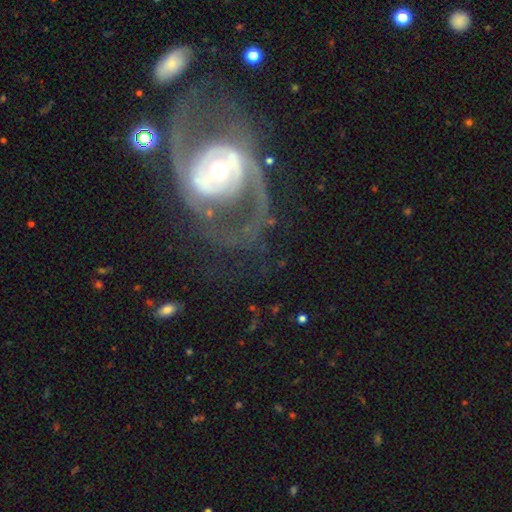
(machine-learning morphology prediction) Q: Smooth or featured?
A: featured or disk (85%); runner-up: smooth (8%)
Q: Edge-on disk?
A: no (96%); runner-up: yes (4%)
Q: Bar?
A: no (40%); runner-up: weak (30%)
Q: Spiral arms?
A: yes (84%); runner-up: no (16%)
Q: Spiral winding?
A: medium (46%); runner-up: tight (27%)
Q: Spiral arm count?
A: 2 (81%); runner-up: can't tell (8%)
Q: Bulge size?
A: moderate (56%); runner-up: small (32%)
Q: Merging?
A: none (60%); runner-up: major disturbance (23%)